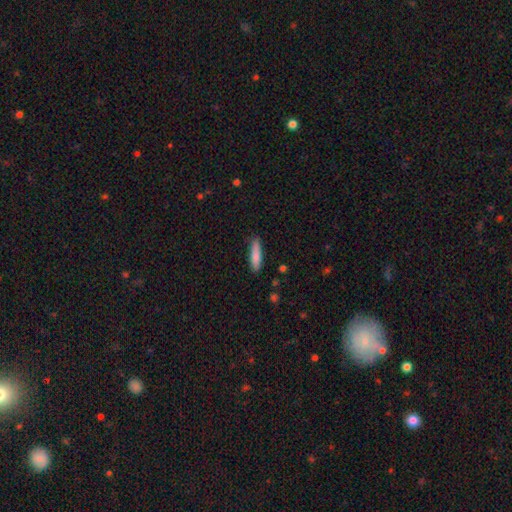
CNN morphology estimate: A smooth galaxy with no disk features (82%) that is cigar-shaped (74%). Merging: none (84%).